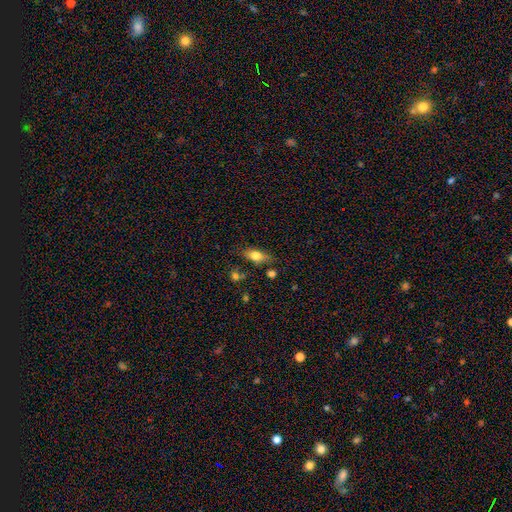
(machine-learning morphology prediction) Q: Smooth or featured?
A: smooth (72%); runner-up: featured or disk (20%)
Q: How rounded?
A: in between (77%); runner-up: cigar-shaped (17%)
Q: Merging?
A: none (71%); runner-up: minor disturbance (19%)